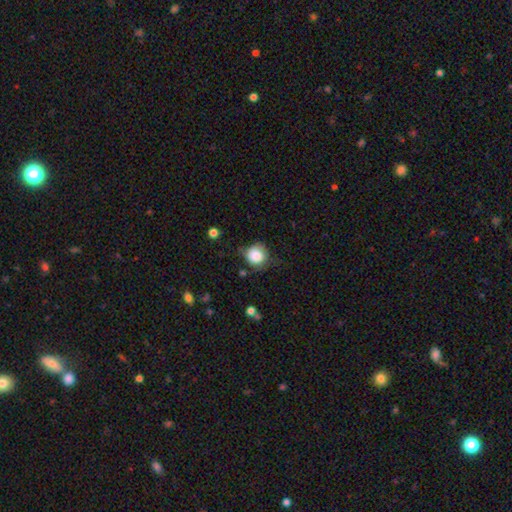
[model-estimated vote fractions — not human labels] This is clearly a smooth galaxy (85%). How rounded: clearly round (87%). Merging: possibly none (60%).